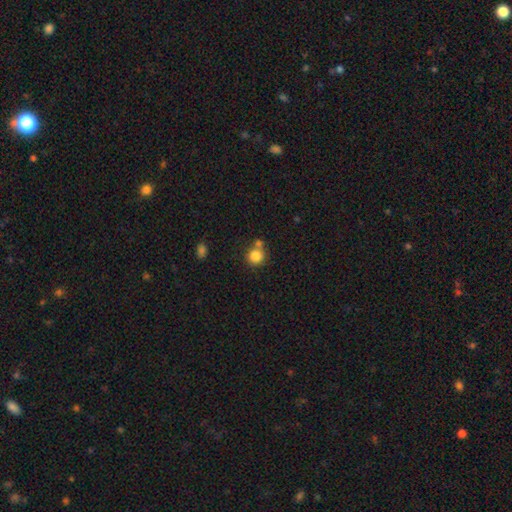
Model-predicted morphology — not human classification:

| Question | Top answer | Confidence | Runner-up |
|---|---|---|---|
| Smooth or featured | smooth | 83% | star or artifact (11%) |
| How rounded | round | 90% | in between (9%) |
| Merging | none | 61% | merger (26%) |